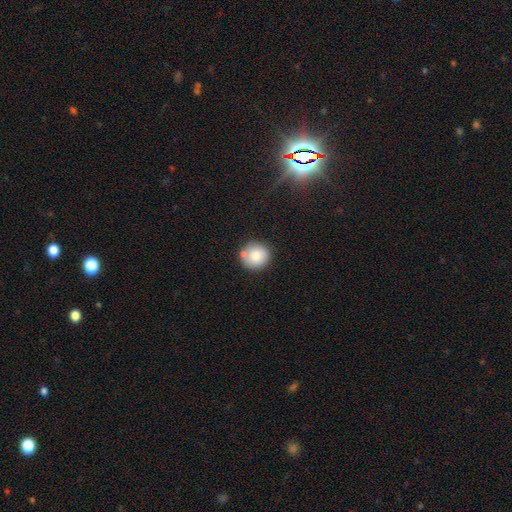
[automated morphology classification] A smooth galaxy with no disk features (80%) that is round (92%).

Vote fractions:
- Smooth or featured? smooth: 80% / featured or disk: 11% / star or artifact: 9%
- How rounded? round: 92% / in between: 7% / cigar-shaped: 1%
- Merging? none: 75% / minor disturbance: 11% / merger: 11% / major disturbance: 3%